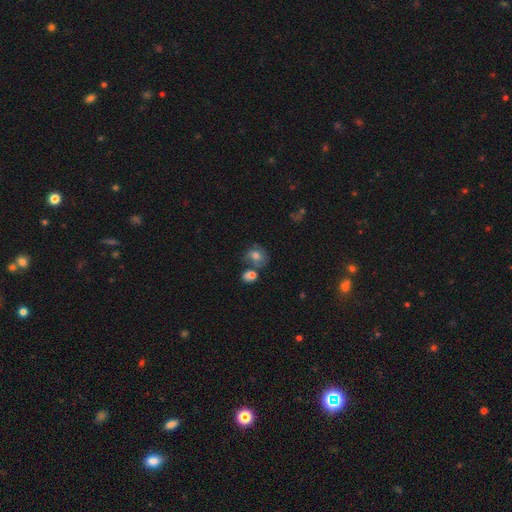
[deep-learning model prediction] Smooth or featured?
  - smooth: 55% *
  - featured or disk: 33%
  - star or artifact: 11%
How rounded?
  - round: 52% *
  - in between: 46%
  - cigar-shaped: 1%
Merging?
  - none: 40% *
  - merger: 31%
  - minor disturbance: 18%
  - major disturbance: 12%